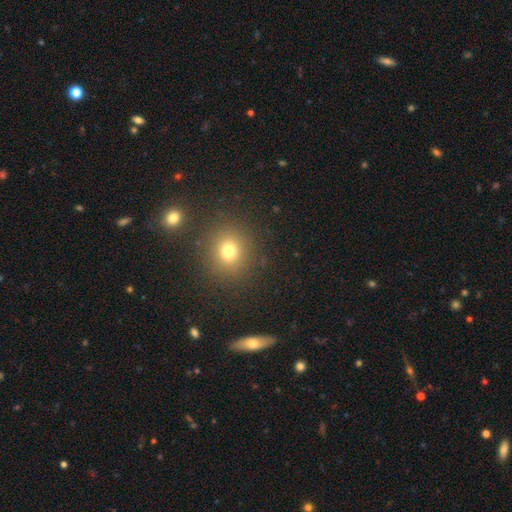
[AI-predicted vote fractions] Smooth or featured: smooth — 60% (star or artifact — 32%)
How rounded: round — 88% (in between — 11%)
Merging: none — 89% (minor disturbance — 6%)